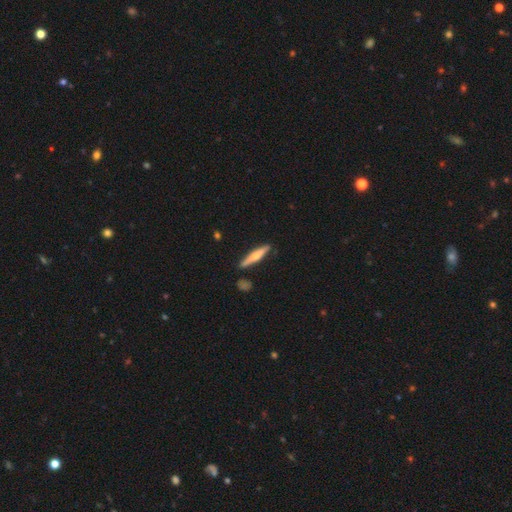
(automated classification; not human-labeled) Q: Smooth or featured?
A: smooth (50%); runner-up: featured or disk (44%)
Q: How rounded?
A: cigar-shaped (89%); runner-up: in between (9%)
Q: Merging?
A: none (85%); runner-up: minor disturbance (10%)